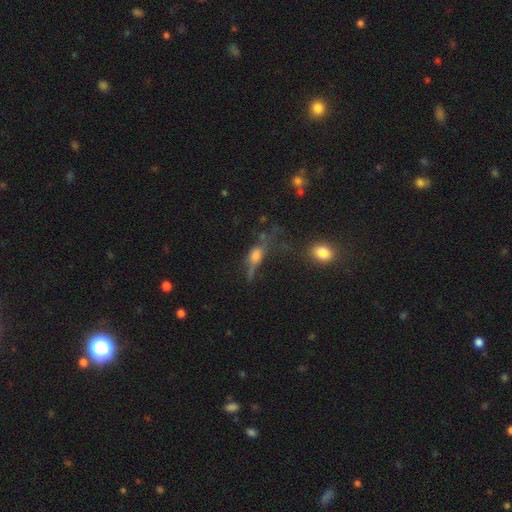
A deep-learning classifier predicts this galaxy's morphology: Smooth or featured?
  - featured or disk: 45% *
  - smooth: 40%
  - star or artifact: 15%
Merging?
  - none: 41% *
  - major disturbance: 28%
  - minor disturbance: 23%
  - merger: 8%